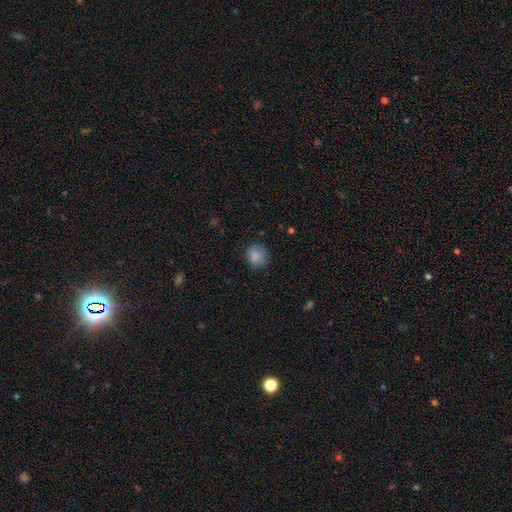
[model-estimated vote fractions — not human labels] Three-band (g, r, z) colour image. It shows a smooth galaxy with no disk features (85%) that is round (83%). Merging: none (80%).